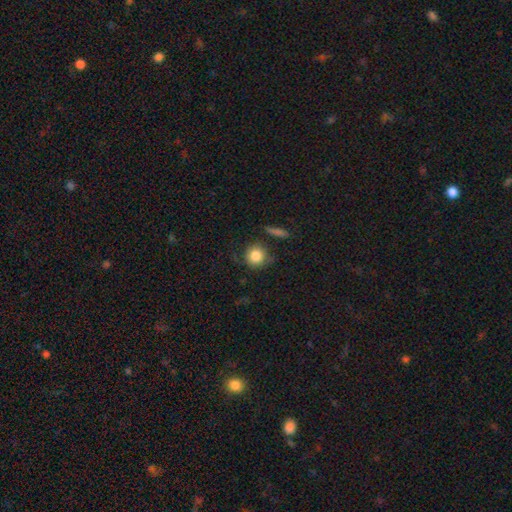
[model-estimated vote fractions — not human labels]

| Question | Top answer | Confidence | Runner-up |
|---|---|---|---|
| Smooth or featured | smooth | 84% | star or artifact (9%) |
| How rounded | round | 90% | in between (8%) |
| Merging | none | 77% | minor disturbance (14%) |